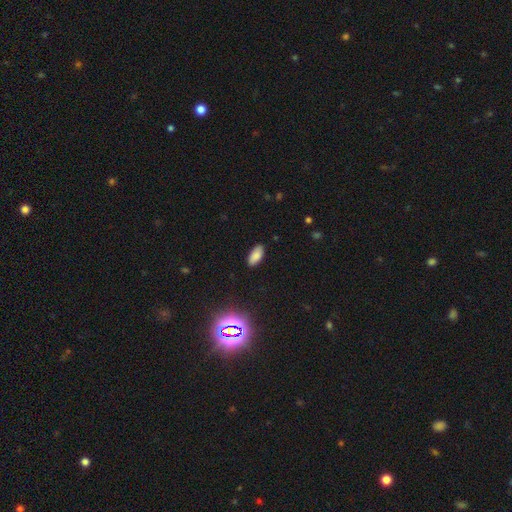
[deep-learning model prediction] Smooth or featured? smooth (83%)
How rounded? in between (90%)
Merging? none (87%)